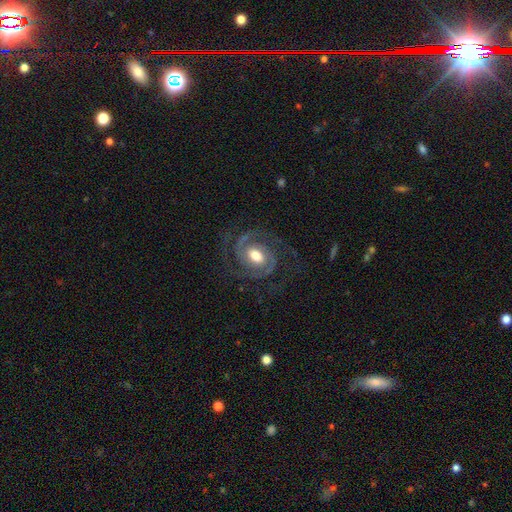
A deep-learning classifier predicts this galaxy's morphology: Smooth or featured? Predicted: featured or disk (p=0.90). Edge-on disk? Predicted: no (p=0.98). Bar? Predicted: no (p=0.47). Spiral arms? Predicted: yes (p=0.98). Spiral winding? Predicted: medium (p=0.46). Spiral arm count? Predicted: 2 (p=0.81). Bulge size? Predicted: moderate (p=0.58). Merging? Predicted: none (p=0.76).